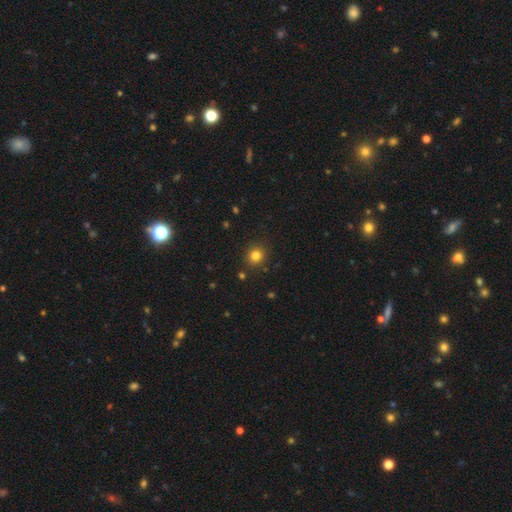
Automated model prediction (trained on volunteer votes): Smooth or featured?
  - smooth: 81% *
  - star or artifact: 13%
  - featured or disk: 6%
How rounded?
  - round: 86% *
  - in between: 13%
  - cigar-shaped: 1%
Merging?
  - none: 88% *
  - minor disturbance: 7%
  - major disturbance: 2%
  - merger: 2%